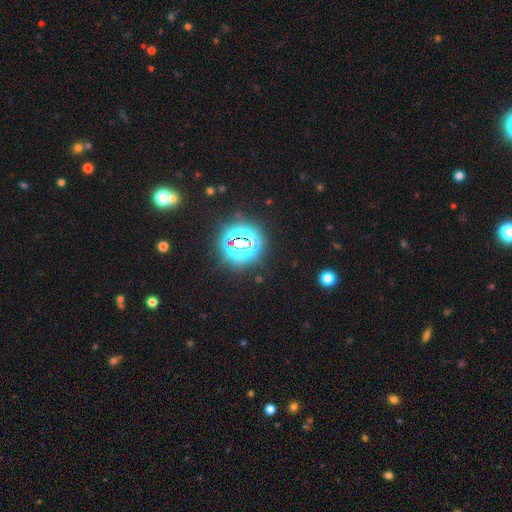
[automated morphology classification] A star or artifact, not a galaxy (71%).

Vote fractions:
- Smooth or featured? star or artifact: 71% / smooth: 24% / featured or disk: 6%